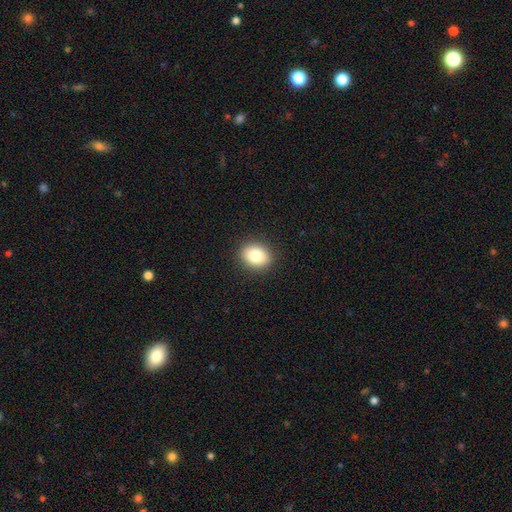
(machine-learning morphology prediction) Q: Smooth or featured?
A: smooth (83%); runner-up: star or artifact (9%)
Q: How rounded?
A: round (52%); runner-up: in between (47%)
Q: Merging?
A: none (90%); runner-up: minor disturbance (7%)